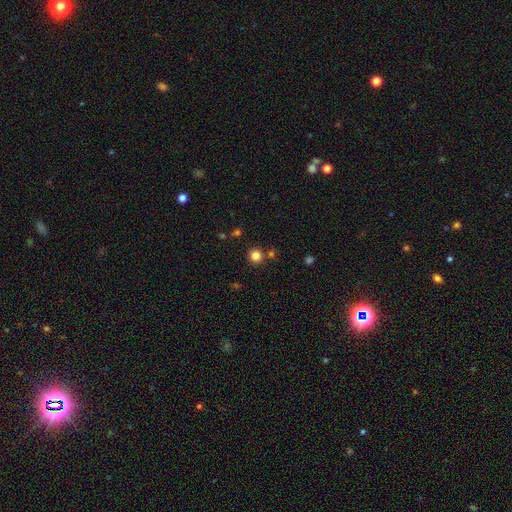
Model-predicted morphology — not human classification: This is clearly a smooth galaxy (81%). How rounded: clearly round (94%). Merging: clearly none (83%).